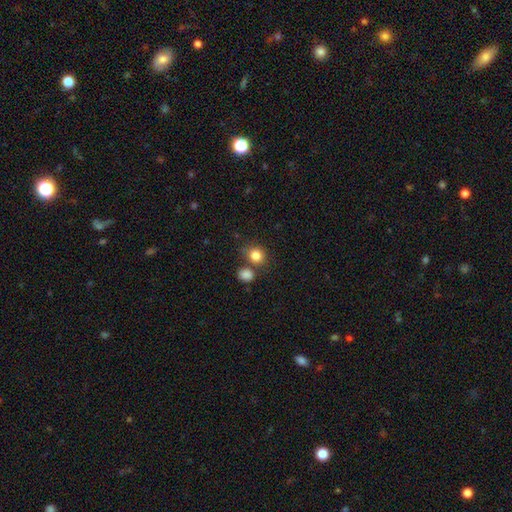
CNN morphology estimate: This appears to be a smooth galaxy with no disk features (84%) that is round (77%). Merging: none (65%).